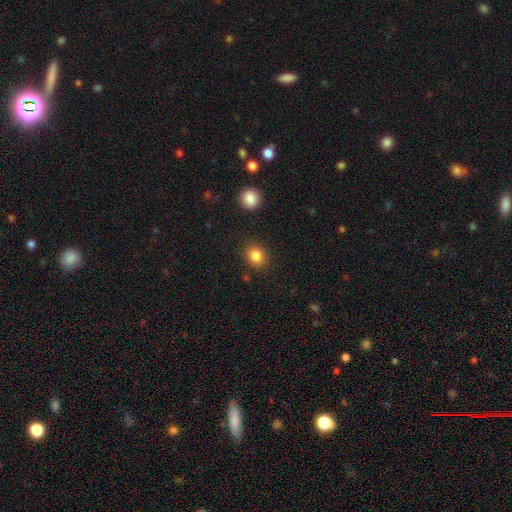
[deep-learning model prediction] This is clearly a smooth galaxy (84%). How rounded: likely round (66%). Merging: clearly none (86%).